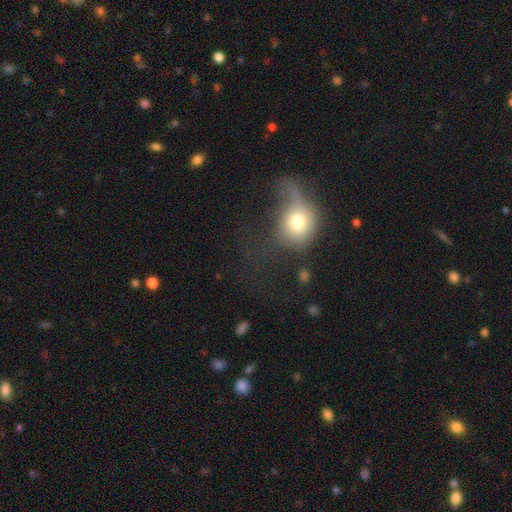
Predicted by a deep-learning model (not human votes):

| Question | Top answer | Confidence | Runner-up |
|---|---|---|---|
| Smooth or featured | smooth | 57% | featured or disk (24%) |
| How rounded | round | 59% | in between (38%) |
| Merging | major disturbance | 46% | none (26%) |